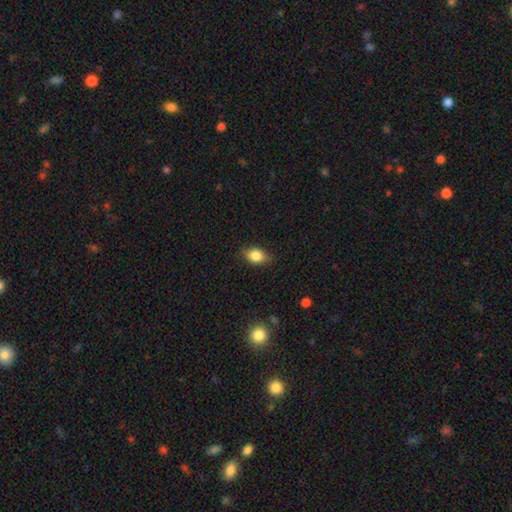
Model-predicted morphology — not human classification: Smooth or featured? Predicted: smooth (p=0.84). How rounded? Predicted: in between (p=0.80). Merging? Predicted: none (p=0.84).